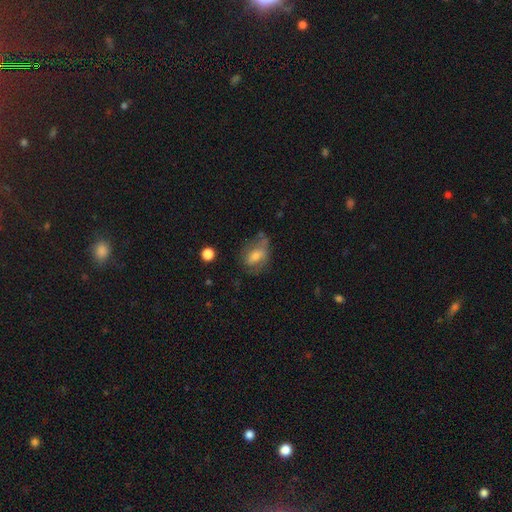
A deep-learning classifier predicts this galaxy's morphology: smooth_or_featured: smooth (p=0.50) [alt: featured or disk p=0.39]
merging: none (p=0.43) [alt: minor disturbance p=0.29]